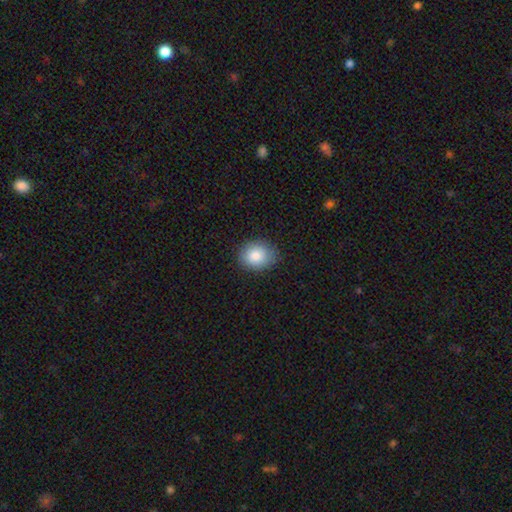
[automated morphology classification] smooth-or-featured: smooth: 85% | star or artifact: 8% | featured or disk: 7%
  how-rounded: round: 57% | in between: 42% | cigar-shaped: 1%
  merging: none: 84% | minor disturbance: 12% | major disturbance: 3% | merger: 1%